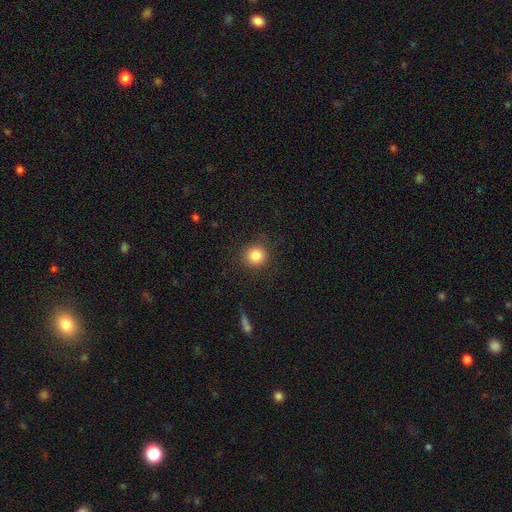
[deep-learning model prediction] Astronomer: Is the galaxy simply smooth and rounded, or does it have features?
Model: smooth — 83%.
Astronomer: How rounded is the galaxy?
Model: round — 92%.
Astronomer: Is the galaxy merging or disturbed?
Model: none — 90%.